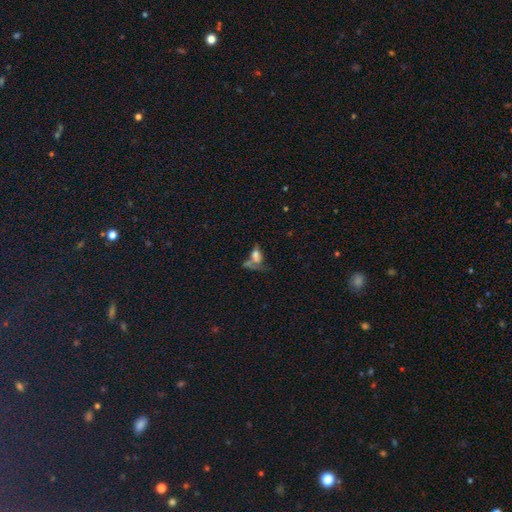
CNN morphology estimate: smooth_or_featured: smooth (p=0.61) [alt: featured or disk p=0.22]
how_rounded: in between (p=0.77) [alt: cigar-shaped p=0.12]
merging: merger (p=0.39) [alt: none p=0.27]